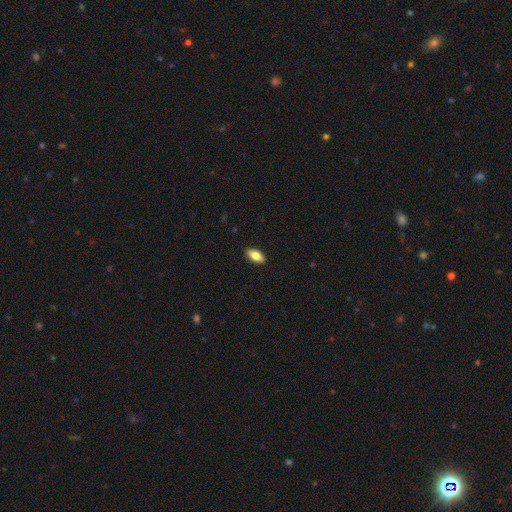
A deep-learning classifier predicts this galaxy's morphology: This is likely a smooth galaxy (78%). How rounded: clearly in between (87%). Merging: clearly none (89%).